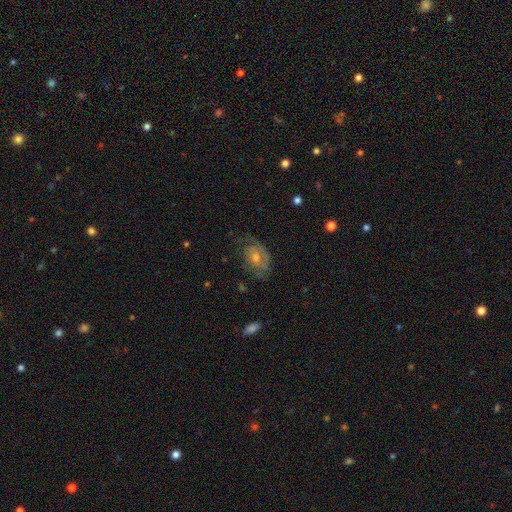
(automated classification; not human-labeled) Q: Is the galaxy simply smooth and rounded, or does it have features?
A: featured or disk — 64%.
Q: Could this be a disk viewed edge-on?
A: no — 95%.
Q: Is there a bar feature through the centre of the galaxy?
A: no — 78%.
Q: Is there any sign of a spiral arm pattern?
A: yes — 74%.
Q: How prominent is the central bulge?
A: moderate — 51%.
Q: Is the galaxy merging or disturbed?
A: none — 62%.